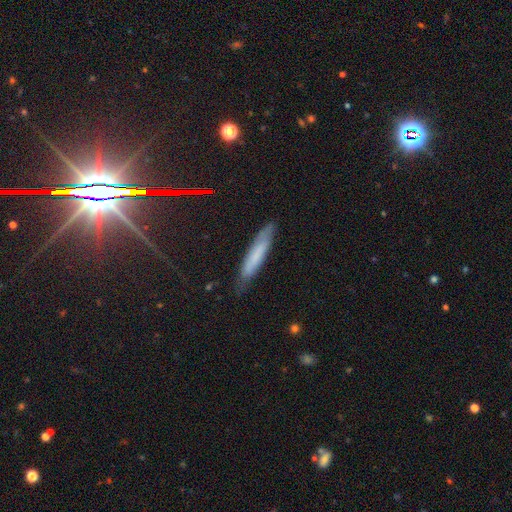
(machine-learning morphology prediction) A smooth galaxy with no disk features (60%) that is cigar-shaped (90%).

Vote fractions:
- Smooth or featured? smooth: 60% / featured or disk: 31% / star or artifact: 10%
- How rounded? cigar-shaped: 90% / in between: 9% / round: 1%
- Merging? none: 80% / minor disturbance: 16% / major disturbance: 3% / merger: 1%